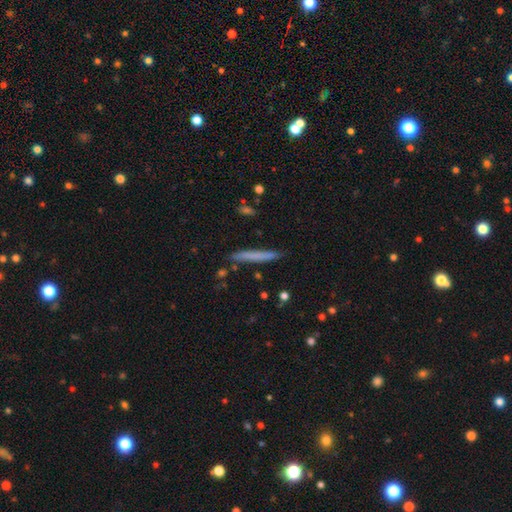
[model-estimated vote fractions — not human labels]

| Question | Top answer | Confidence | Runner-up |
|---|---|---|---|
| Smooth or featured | smooth | 66% | featured or disk (27%) |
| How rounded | cigar-shaped | 96% | in between (2%) |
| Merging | none | 88% | minor disturbance (9%) |